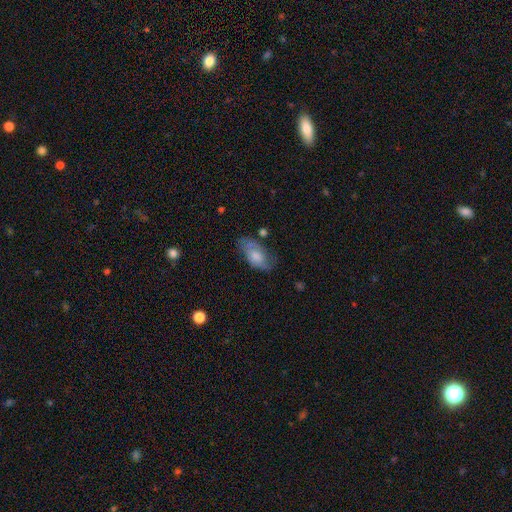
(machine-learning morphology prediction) smooth 60%, featured or disk 33%, star or artifact 7%. Down the decision tree: how rounded — in between (91%); merging — none (56%).